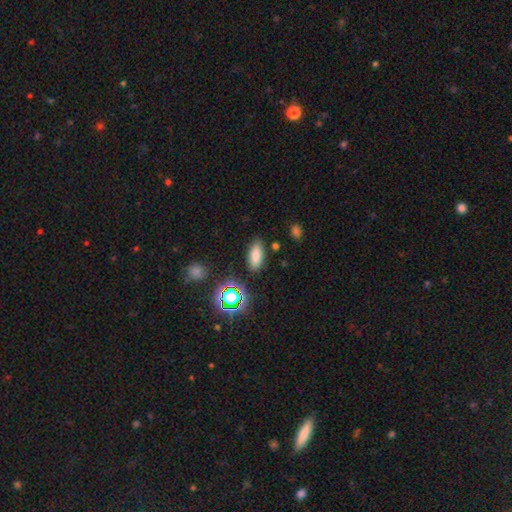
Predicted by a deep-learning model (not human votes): A smooth galaxy with no disk features (77%) that is in between round and cigar-shaped (84%).

Vote fractions:
- Smooth or featured? smooth: 77% / star or artifact: 15% / featured or disk: 8%
- How rounded? in between: 84% / cigar-shaped: 12% / round: 5%
- Merging? none: 83% / minor disturbance: 11% / major disturbance: 3% / merger: 3%